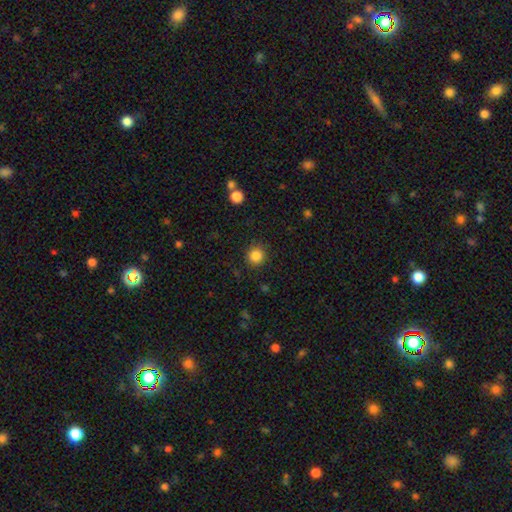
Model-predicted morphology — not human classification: This appears to be a smooth galaxy with no disk features (85%) that is round (93%). Merging: none (89%).